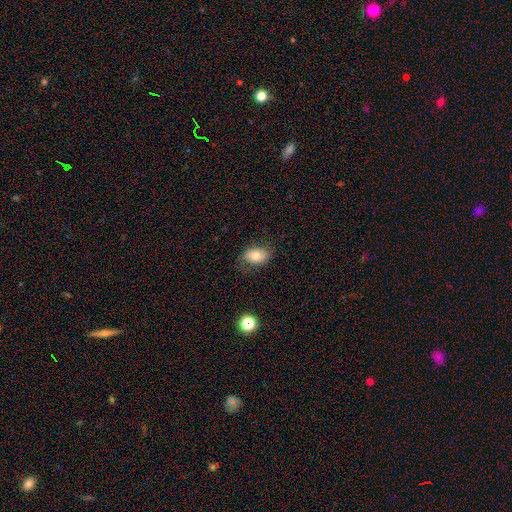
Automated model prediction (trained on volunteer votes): Morphology: type=smooth (71%); roundness=in between (82%); merging=none (68%).